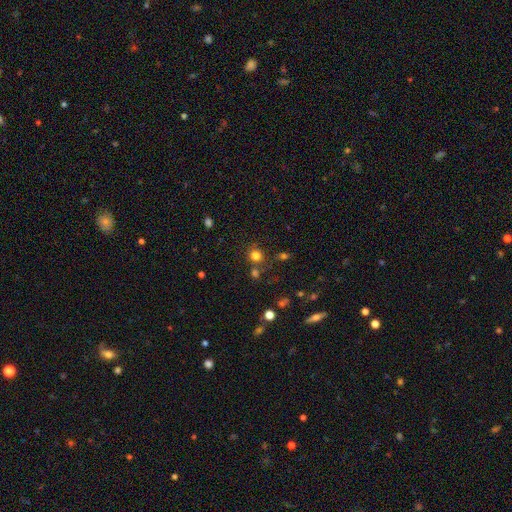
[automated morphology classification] A smooth galaxy with no disk features (77%) that is round (89%). Merging: none (73%).